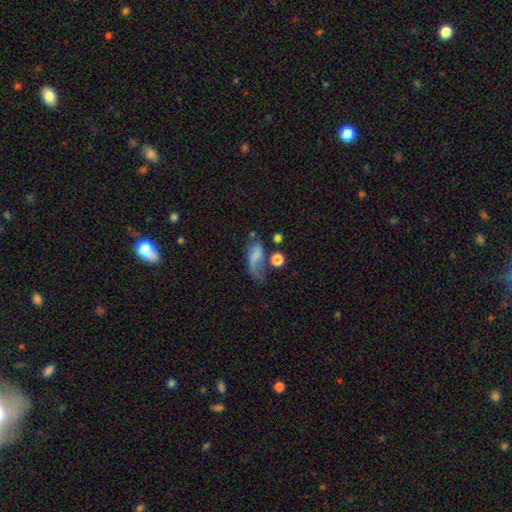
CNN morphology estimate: smooth 57%, featured or disk 31%, star or artifact 12%. Down the decision tree: how rounded — in between (82%); merging — major disturbance (35%).